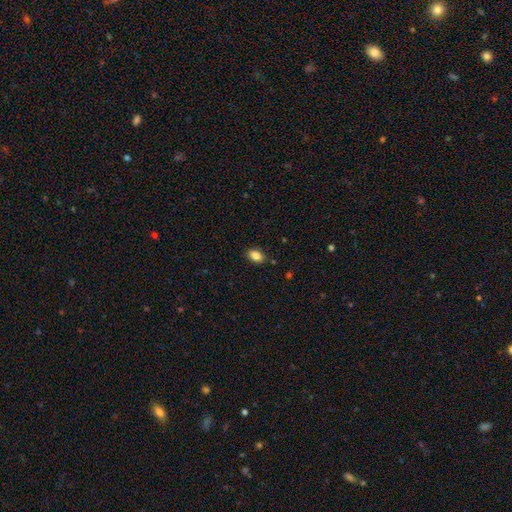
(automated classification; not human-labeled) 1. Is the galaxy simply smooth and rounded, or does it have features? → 86% smooth, 9% star or artifact, 5% featured or disk.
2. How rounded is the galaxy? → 86% in between, 12% round, 2% cigar-shaped.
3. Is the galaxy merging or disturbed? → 86% none, 11% minor disturbance, 2% major disturbance, 1% merger.